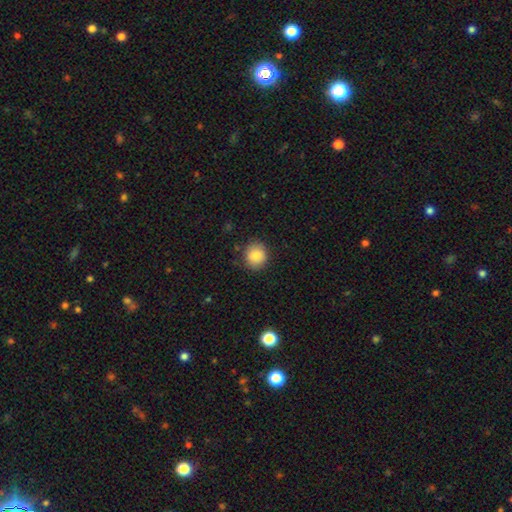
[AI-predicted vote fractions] A smooth galaxy with no disk features (86%) that is round (83%). Merging: none (85%).